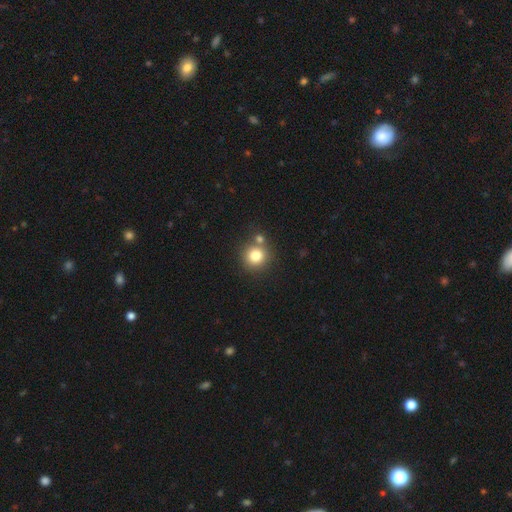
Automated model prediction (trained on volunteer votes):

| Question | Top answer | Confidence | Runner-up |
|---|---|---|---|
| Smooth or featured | smooth | 80% | star or artifact (12%) |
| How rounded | round | 92% | in between (7%) |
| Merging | none | 69% | merger (20%) |